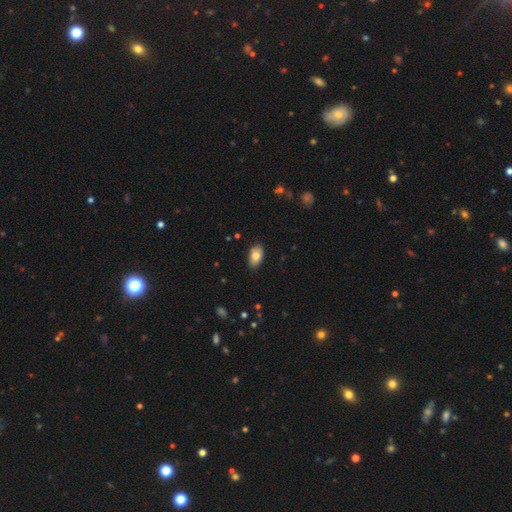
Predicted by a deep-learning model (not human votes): Morphology: type=smooth (83%); roundness=in between (93%); merging=none (86%).